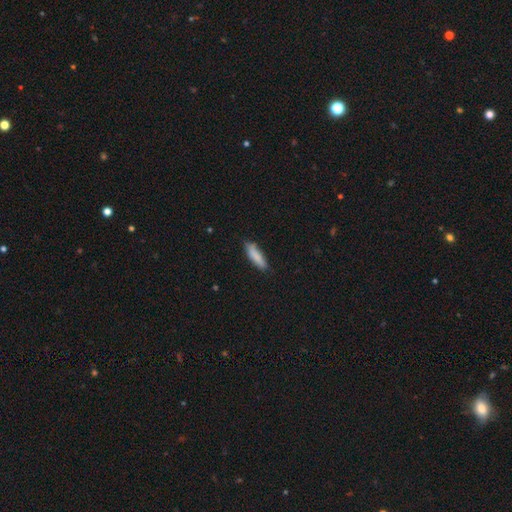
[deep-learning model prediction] Q: Smooth or featured?
A: smooth (85%); runner-up: featured or disk (9%)
Q: How rounded?
A: cigar-shaped (63%); runner-up: in between (36%)
Q: Merging?
A: none (78%); runner-up: minor disturbance (17%)